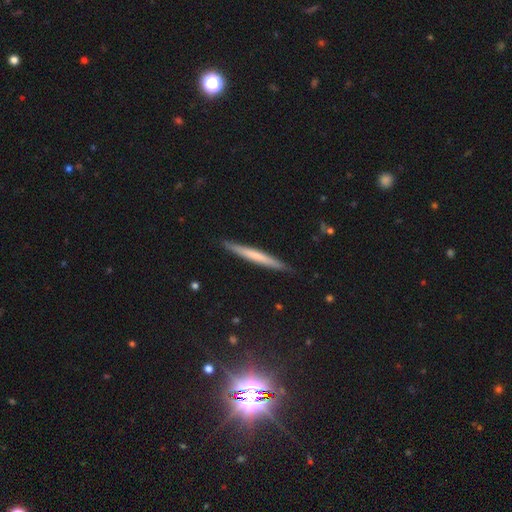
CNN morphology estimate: A smooth galaxy with no disk features (56%) that is cigar-shaped (97%). Merging: none (90%).